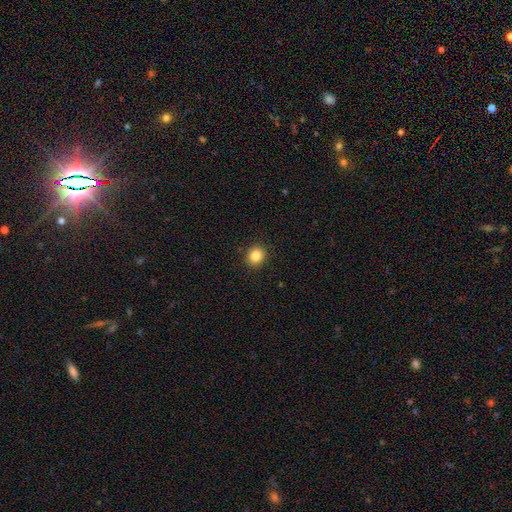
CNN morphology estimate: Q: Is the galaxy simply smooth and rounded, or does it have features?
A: smooth — 85%.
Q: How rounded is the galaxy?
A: round — 77%.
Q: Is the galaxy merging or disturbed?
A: none — 91%.